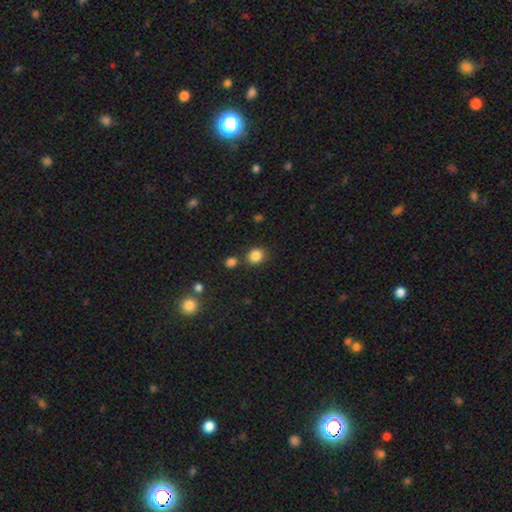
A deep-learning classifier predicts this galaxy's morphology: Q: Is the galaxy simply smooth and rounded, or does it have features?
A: smooth — 85%.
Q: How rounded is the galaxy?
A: round — 70%.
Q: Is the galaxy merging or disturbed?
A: none — 77%.